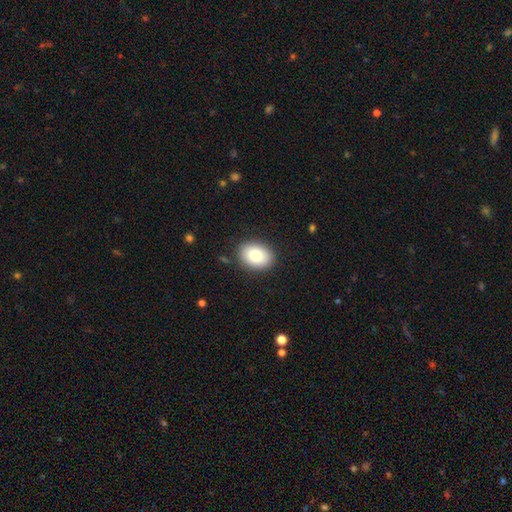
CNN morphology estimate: Smooth or featured? Predicted: smooth (p=0.84). How rounded? Predicted: in between (p=0.75). Merging? Predicted: none (p=0.87).